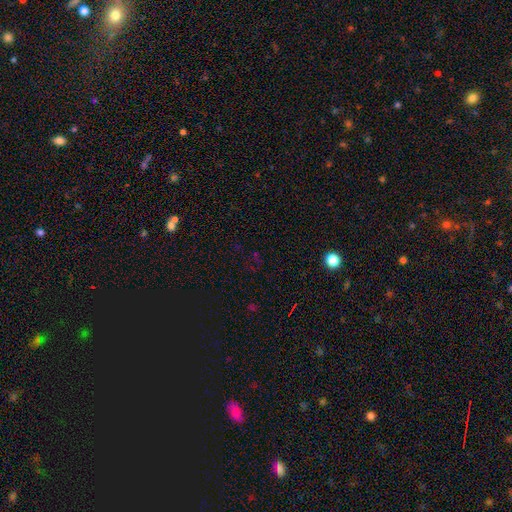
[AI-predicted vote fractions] Morphology: type=star or artifact (65%).